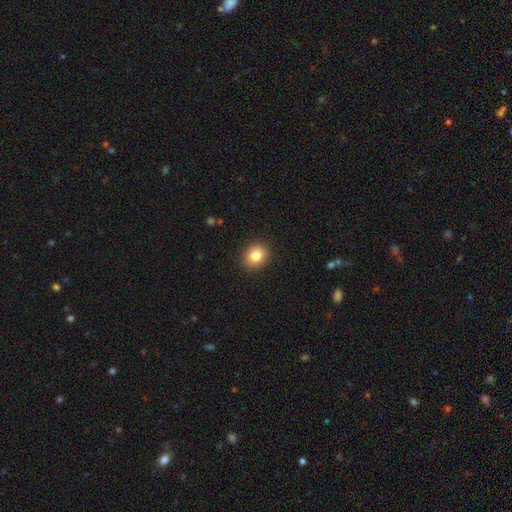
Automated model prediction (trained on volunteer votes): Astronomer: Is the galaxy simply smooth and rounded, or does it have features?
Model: smooth — 83%.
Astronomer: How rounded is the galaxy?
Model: round — 69%.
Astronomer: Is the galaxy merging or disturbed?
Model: none — 90%.